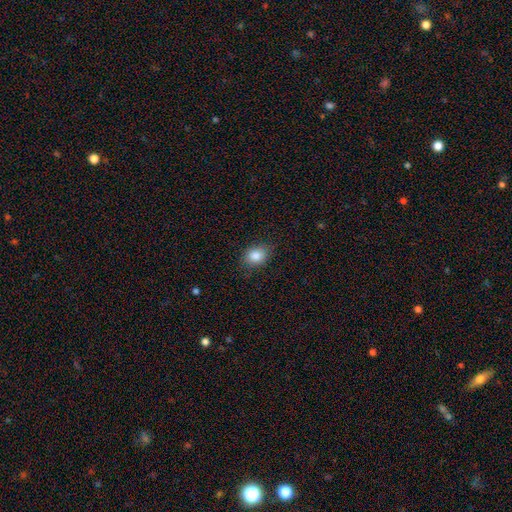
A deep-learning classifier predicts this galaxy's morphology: smooth-or-featured: smooth: 85% | star or artifact: 9% | featured or disk: 6%
  how-rounded: in between: 58% | round: 41% | cigar-shaped: 1%
  merging: none: 80% | minor disturbance: 15% | major disturbance: 4% | merger: 1%